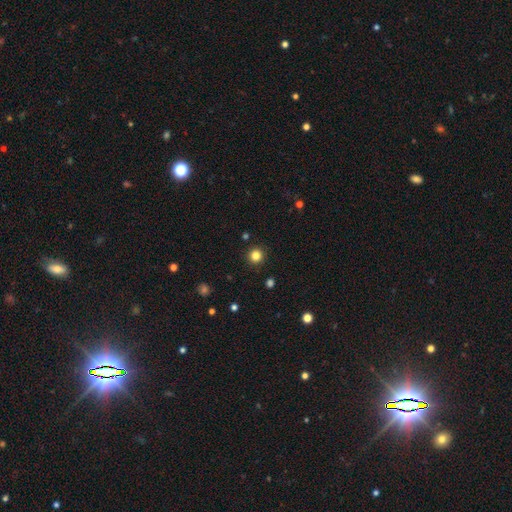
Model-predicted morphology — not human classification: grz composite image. It shows a smooth galaxy with no disk features (82%) that is round (95%). Merging: none (92%).